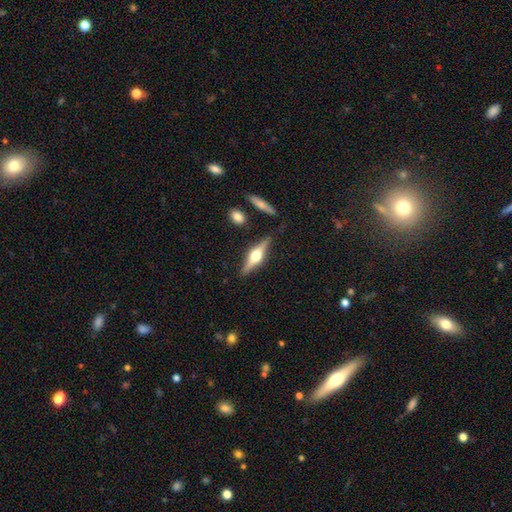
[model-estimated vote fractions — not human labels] Morphology: type=featured or disk (72%); edge-on=yes (97%); edge-on bulge=rounded (95%); merging=none (85%).